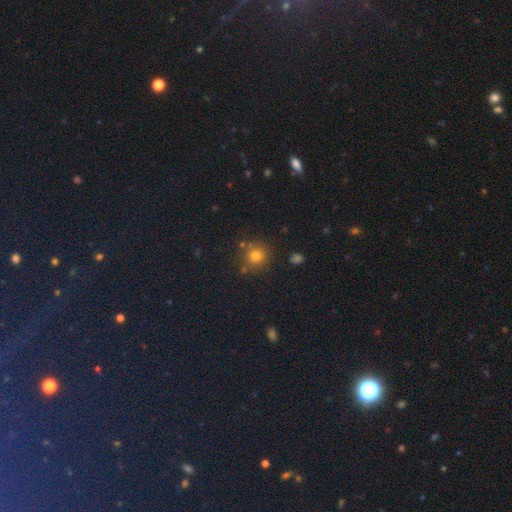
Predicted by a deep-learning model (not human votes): This appears to be a smooth galaxy with no disk features (75%) that is round (93%). Merging: none (83%).